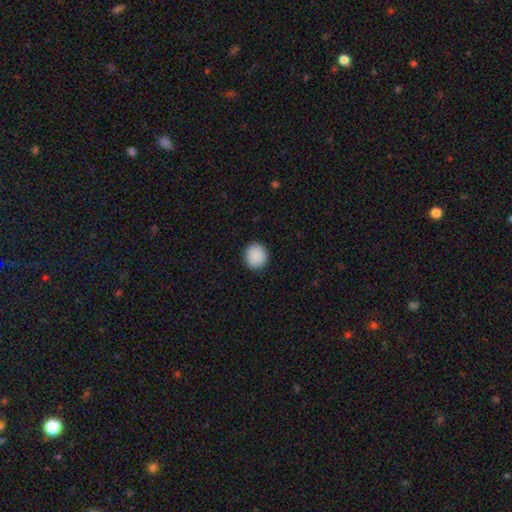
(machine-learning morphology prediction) type=smooth (90%); roundness=round (91%); merging=none (92%).